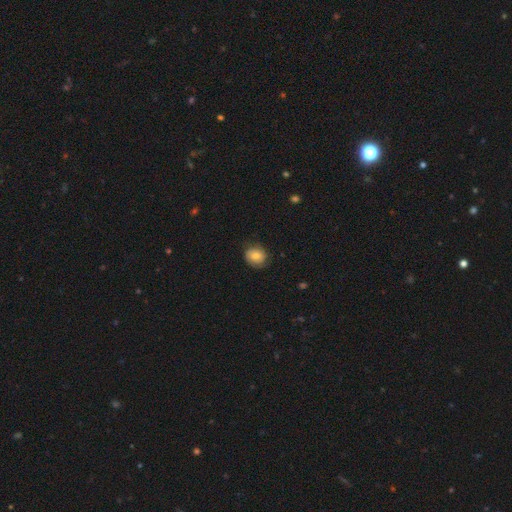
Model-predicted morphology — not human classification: Smooth or featured?
  - smooth: 65% *
  - featured or disk: 26%
  - star or artifact: 8%
How rounded?
  - round: 72% *
  - in between: 27%
  - cigar-shaped: 1%
Merging?
  - none: 74% *
  - minor disturbance: 19%
  - major disturbance: 6%
  - merger: 1%